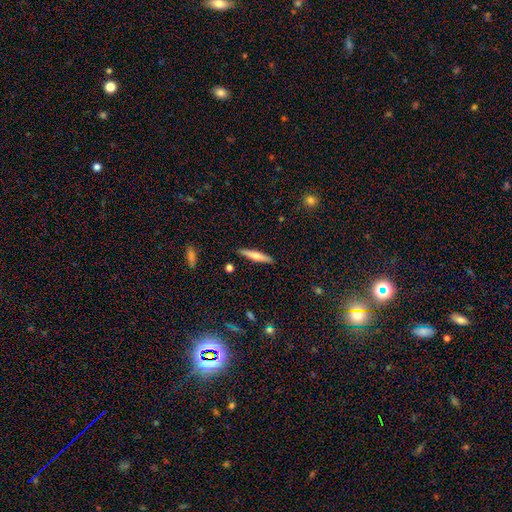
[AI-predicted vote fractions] A smooth galaxy with no disk features (58%) that is cigar-shaped (90%). Merging: none (90%).